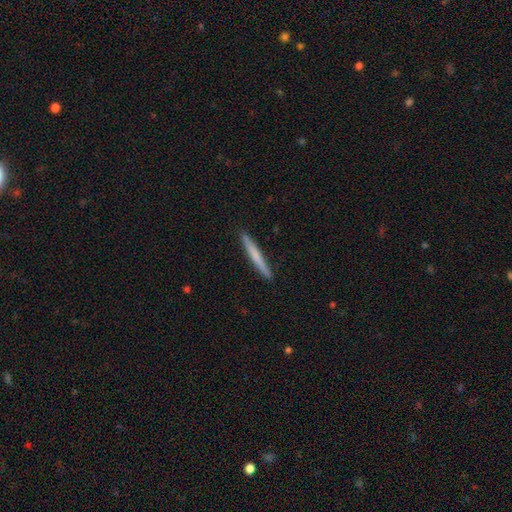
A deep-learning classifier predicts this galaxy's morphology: smooth_or_featured: smooth (p=0.61) [alt: featured or disk p=0.34]
how_rounded: cigar-shaped (p=0.97) [alt: in between p=0.02]
merging: none (p=0.92) [alt: minor disturbance p=0.06]